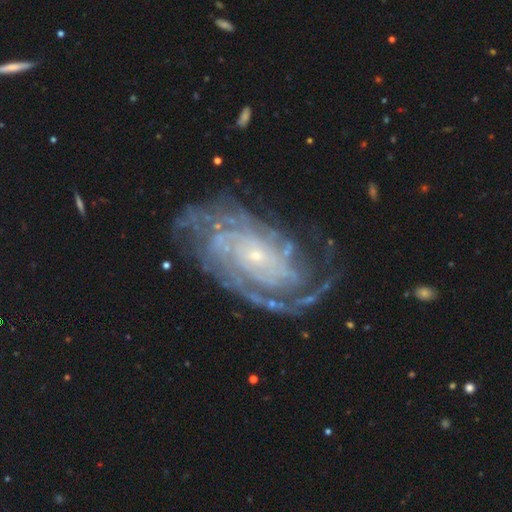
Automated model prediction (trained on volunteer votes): Smooth or featured?
  - featured or disk: 90% *
  - star or artifact: 6%
  - smooth: 5%
Edge-on disk?
  - no: 96% *
  - yes: 4%
Bar?
  - no: 75% *
  - weak: 18%
  - strong: 7%
Spiral arms?
  - yes: 97% *
  - no: 3%
Spiral winding?
  - tight: 72% *
  - medium: 23%
  - loose: 5%
Spiral arm count?
  - can't tell: 26% *
  - 4: 20%
  - more than 4: 17%
  - 3: 15%
  - 2: 15%
  - 1: 8%
Bulge size?
  - small: 84% *
  - moderate: 11%
  - none: 2%
  - large: 1%
  - dominant: 1%
Merging?
  - none: 72% *
  - minor disturbance: 17%
  - major disturbance: 9%
  - merger: 2%